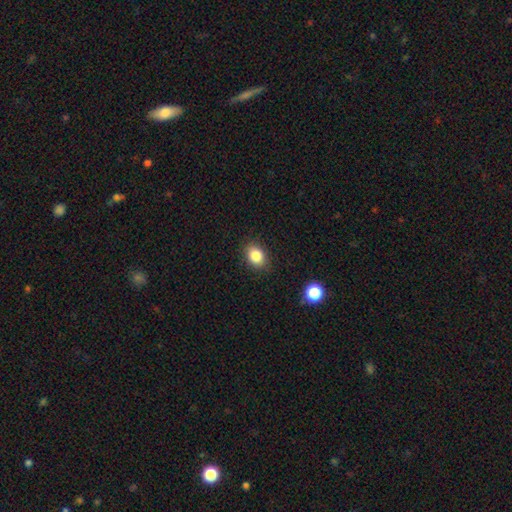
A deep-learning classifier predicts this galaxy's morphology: smooth 85%, star or artifact 10%, featured or disk 5%. Down the decision tree: how rounded — in between (64%); merging — none (87%).